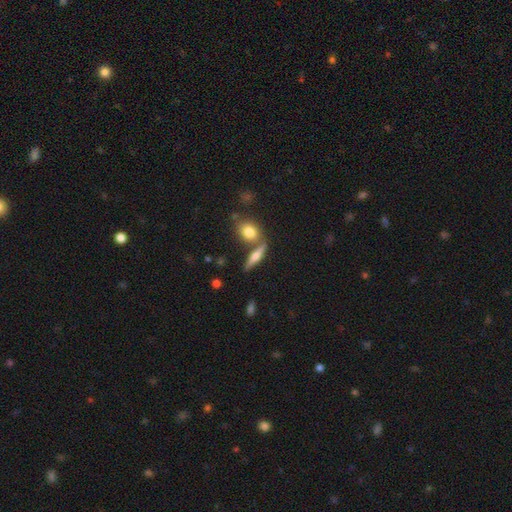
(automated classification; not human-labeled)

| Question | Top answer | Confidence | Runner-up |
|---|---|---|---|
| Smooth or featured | featured or disk | 52% | smooth (40%) |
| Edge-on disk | yes | 93% | no (7%) |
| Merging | none | 70% | merger (17%) |